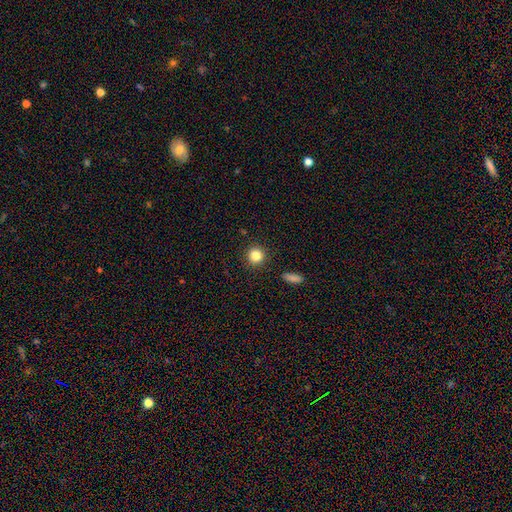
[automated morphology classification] smooth_or_featured: smooth (p=0.83) [alt: star or artifact p=0.11]
how_rounded: round (p=0.93) [alt: in between p=0.06]
merging: none (p=0.91) [alt: minor disturbance p=0.06]